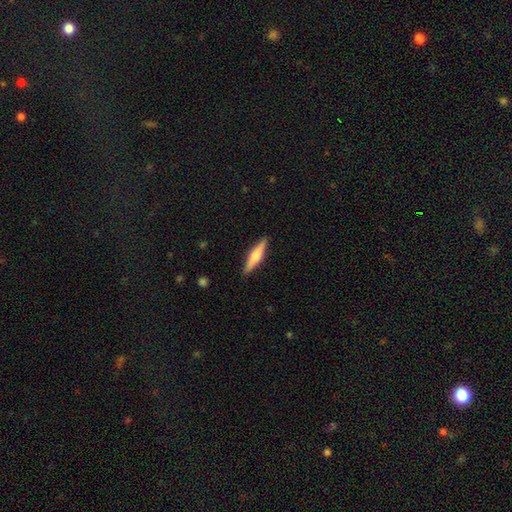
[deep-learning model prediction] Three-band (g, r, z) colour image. It shows a smooth galaxy with no disk features (48%). Merging: none (90%).